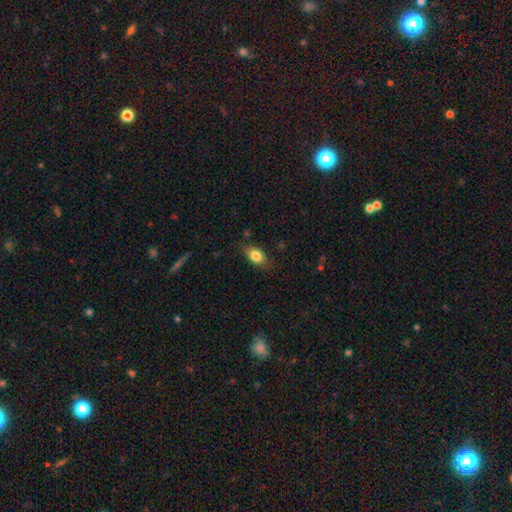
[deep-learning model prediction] Morphology: type=smooth (81%); roundness=in between (83%); merging=none (77%).